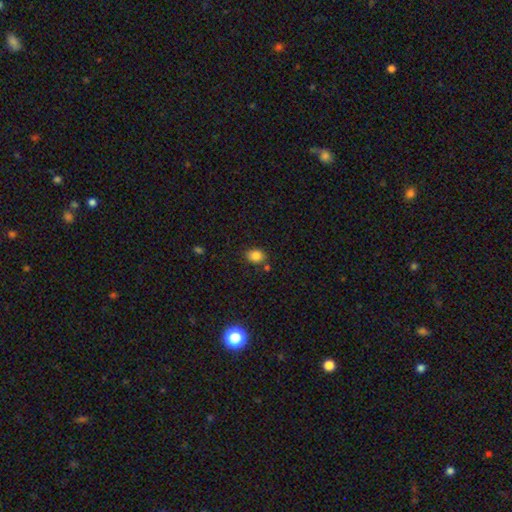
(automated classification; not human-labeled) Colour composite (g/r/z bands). It shows a smooth galaxy with no disk features (83%) that is in between round and cigar-shaped (53%). Merging: none (74%).